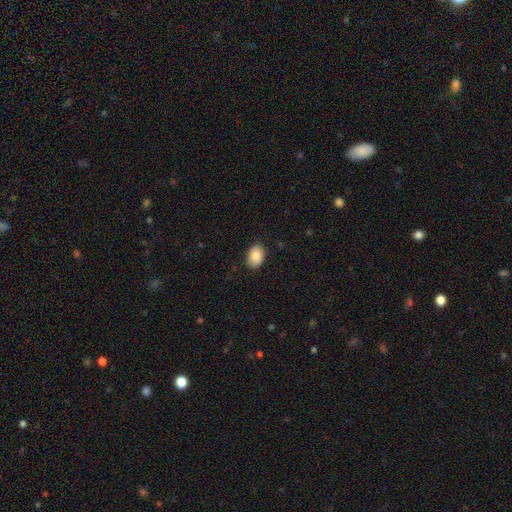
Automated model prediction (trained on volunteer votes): Smooth or featured?
  - smooth: 86% *
  - featured or disk: 7%
  - star or artifact: 7%
How rounded?
  - in between: 84% *
  - round: 15%
  - cigar-shaped: 1%
Merging?
  - none: 88% *
  - minor disturbance: 9%
  - major disturbance: 2%
  - merger: 1%